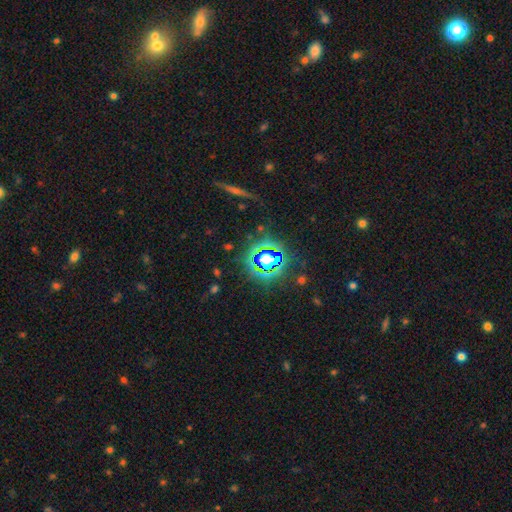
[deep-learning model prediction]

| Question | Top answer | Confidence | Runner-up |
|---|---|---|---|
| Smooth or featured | star or artifact | 72% | smooth (16%) |